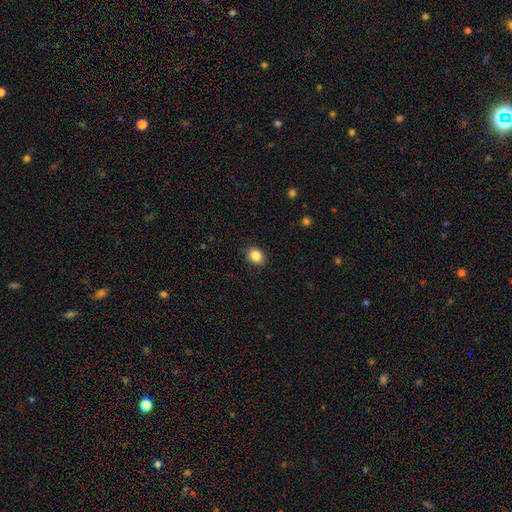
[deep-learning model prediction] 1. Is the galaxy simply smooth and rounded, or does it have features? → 85% smooth, 10% star or artifact, 5% featured or disk.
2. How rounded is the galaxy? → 56% round, 43% in between, 1% cigar-shaped.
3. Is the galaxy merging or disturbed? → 89% none, 8% minor disturbance, 2% major disturbance, 1% merger.